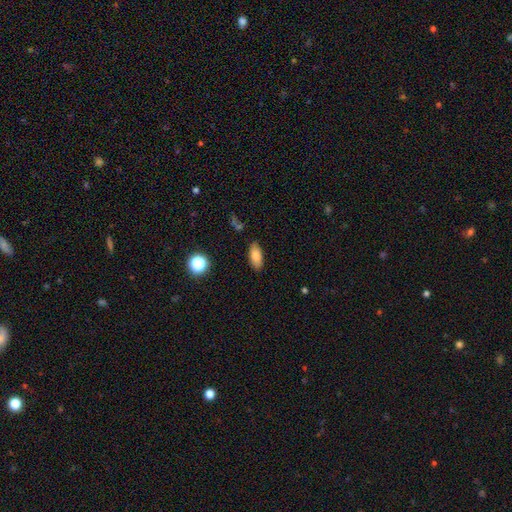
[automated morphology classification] type=smooth (83%); roundness=in between (87%); merging=none (84%).